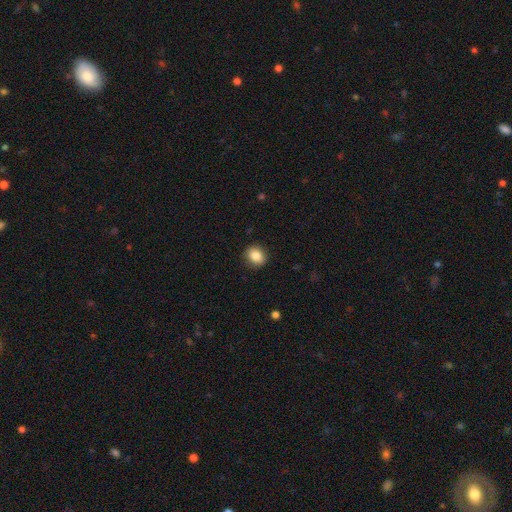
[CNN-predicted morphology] This is clearly a smooth galaxy (86%). How rounded: likely round (75%). Merging: clearly none (90%).